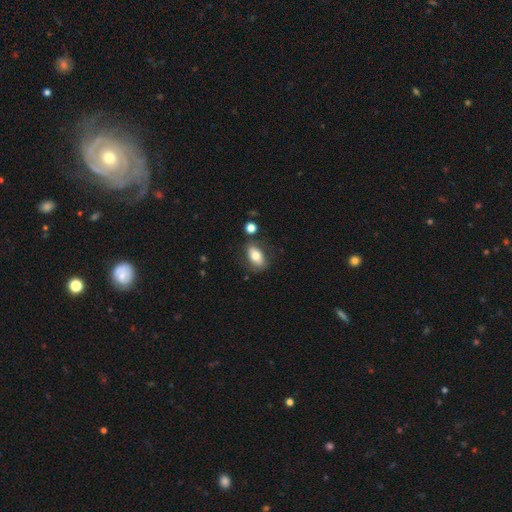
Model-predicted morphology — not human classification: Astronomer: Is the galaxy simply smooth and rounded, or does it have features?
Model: smooth — 73%.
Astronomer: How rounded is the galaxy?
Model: in between — 88%.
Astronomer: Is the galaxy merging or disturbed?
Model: none — 74%.